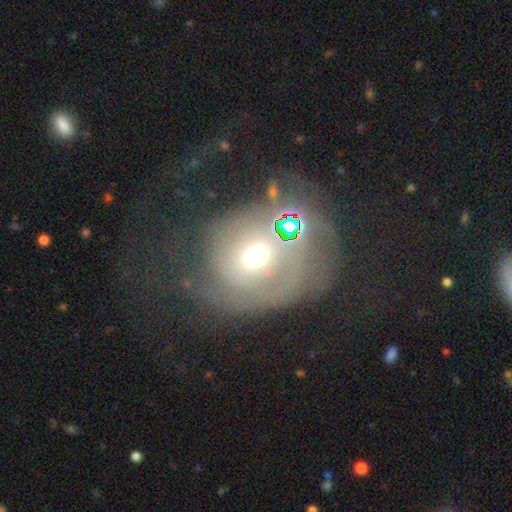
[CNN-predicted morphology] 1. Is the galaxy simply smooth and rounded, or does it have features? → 45% featured or disk, 40% smooth, 16% star or artifact.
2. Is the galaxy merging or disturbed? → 34% none, 33% major disturbance, 19% minor disturbance, 15% merger.